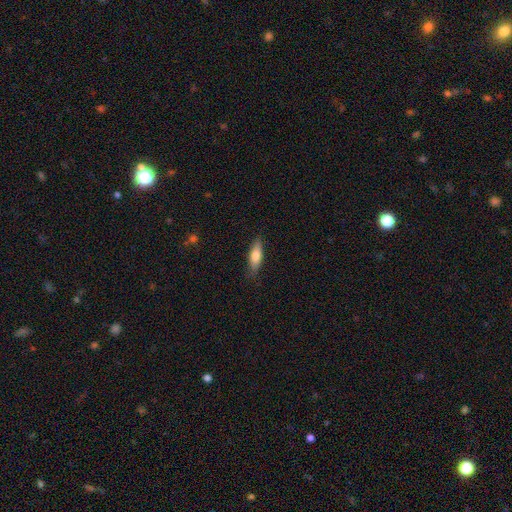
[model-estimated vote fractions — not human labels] Smooth or featured: smooth — 69% (featured or disk — 25%)
How rounded: cigar-shaped — 49% (in between — 48%)
Merging: none — 83% (minor disturbance — 13%)